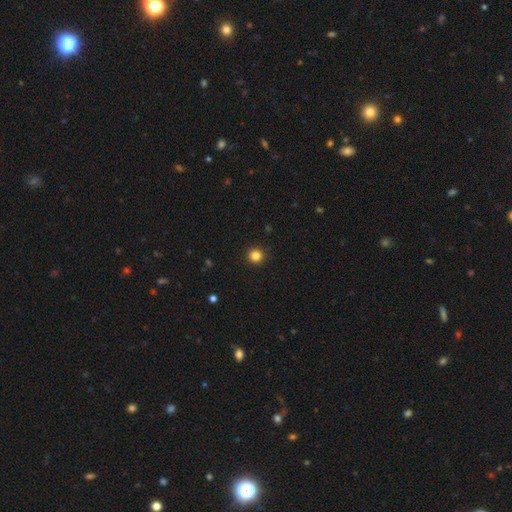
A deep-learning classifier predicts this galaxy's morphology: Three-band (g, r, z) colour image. It shows a smooth galaxy with no disk features (84%) that is round (96%). Merging: none (93%).